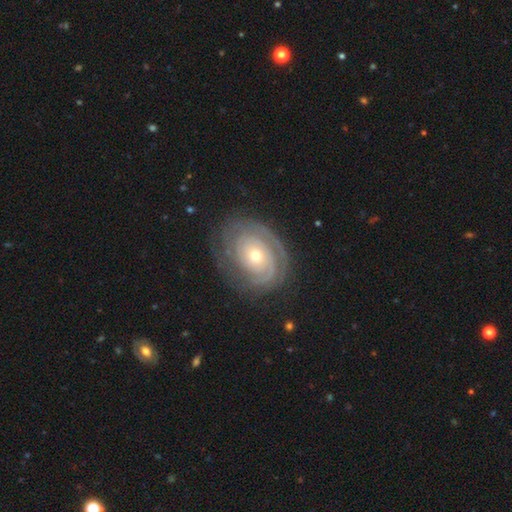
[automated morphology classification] Smooth or featured? featured or disk (82%)
Edge-on disk? no (96%)
Bar? no (81%)
Spiral arms? yes (91%)
Spiral winding? tight (80%)
Spiral arm count? can't tell (33%)
Bulge size? small (50%)
Merging? none (76%)